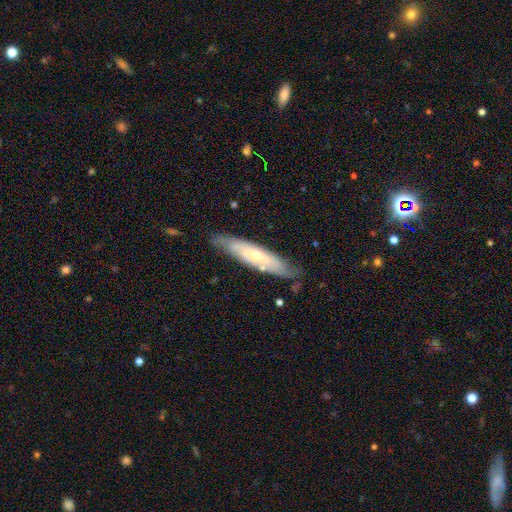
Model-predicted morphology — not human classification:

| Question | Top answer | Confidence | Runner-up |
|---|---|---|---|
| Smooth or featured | featured or disk | 63% | smooth (31%) |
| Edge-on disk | no | 53% | yes (47%) |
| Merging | none | 76% | minor disturbance (18%) |